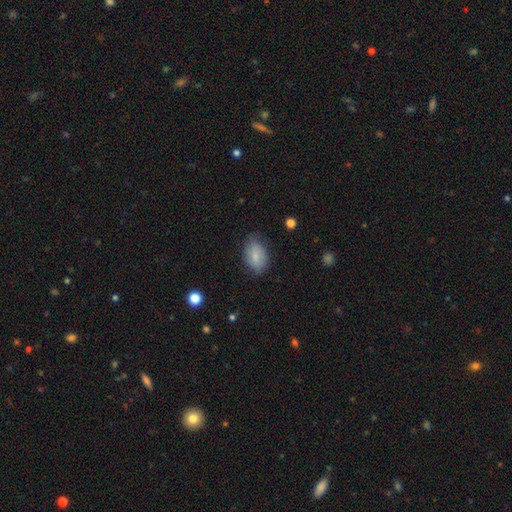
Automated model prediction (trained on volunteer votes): Smooth or featured? smooth (78%)
How rounded? in between (90%)
Merging? none (70%)